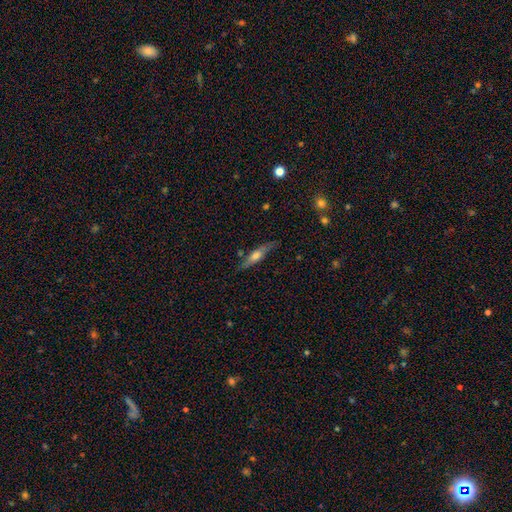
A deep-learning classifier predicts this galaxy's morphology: Q: Smooth or featured?
A: featured or disk (51%); runner-up: smooth (43%)
Q: Edge-on disk?
A: yes (88%); runner-up: no (12%)
Q: Merging?
A: none (77%); runner-up: minor disturbance (16%)